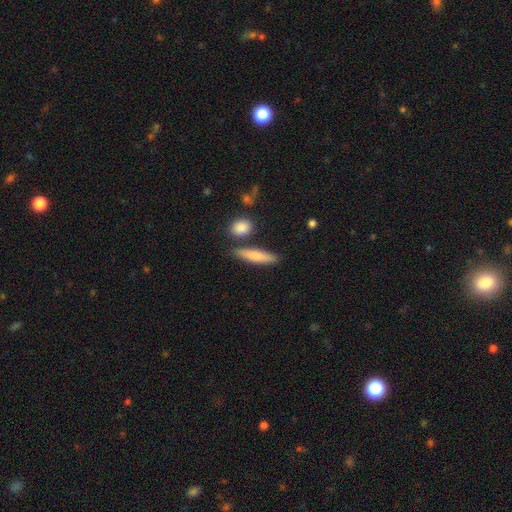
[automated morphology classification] A smooth galaxy with no disk features (77%) that is cigar-shaped (78%).

Vote fractions:
- Smooth or featured? smooth: 77% / featured or disk: 18% / star or artifact: 6%
- How rounded? cigar-shaped: 78% / in between: 19% / round: 3%
- Merging? none: 80% / minor disturbance: 11% / merger: 7% / major disturbance: 3%